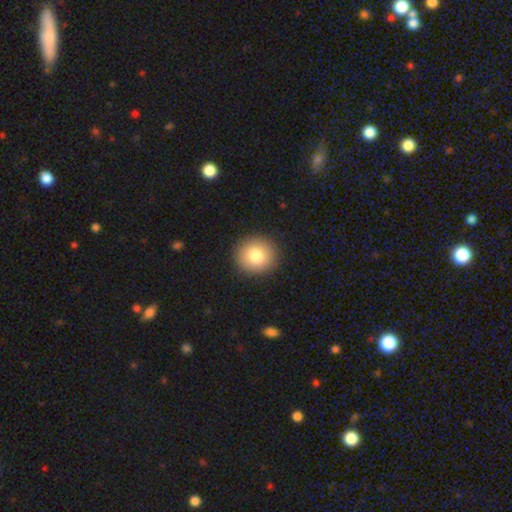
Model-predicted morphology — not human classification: smooth-or-featured: smooth: 80% | featured or disk: 11% | star or artifact: 9%
  how-rounded: round: 90% | in between: 9% | cigar-shaped: 1%
  merging: none: 92% | minor disturbance: 5% | major disturbance: 2% | merger: 1%